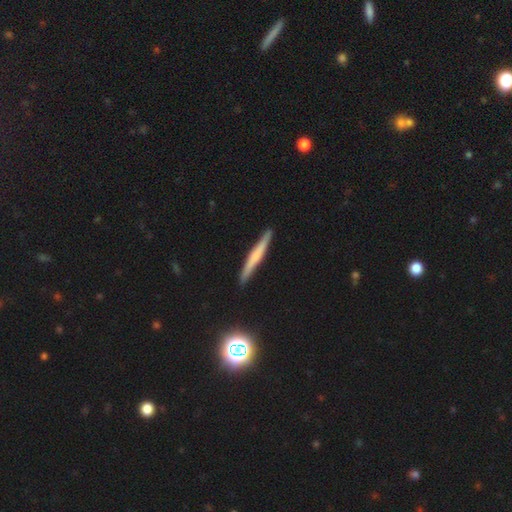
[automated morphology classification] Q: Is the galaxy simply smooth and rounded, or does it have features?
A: featured or disk — 47%.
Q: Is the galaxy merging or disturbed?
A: none — 89%.